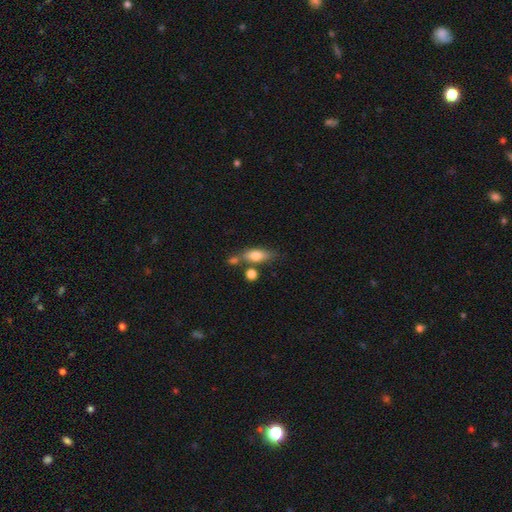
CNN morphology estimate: This appears to be a smooth galaxy with no disk features (70%) that is in between round and cigar-shaped (70%). Merging: none (60%).